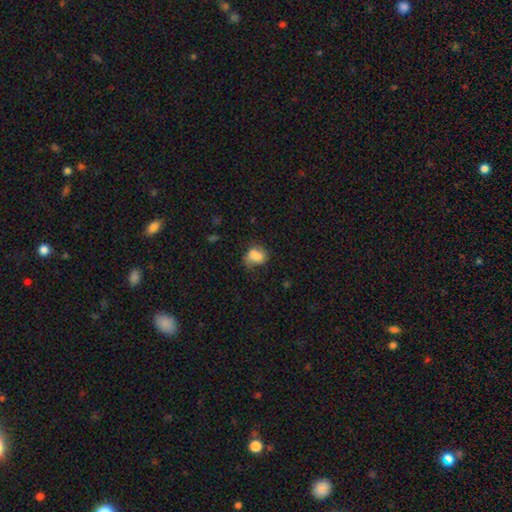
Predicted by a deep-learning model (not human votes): Smooth or featured: smooth — 75% (featured or disk — 15%)
How rounded: in between — 60% (round — 39%)
Merging: none — 46% (minor disturbance — 32%)